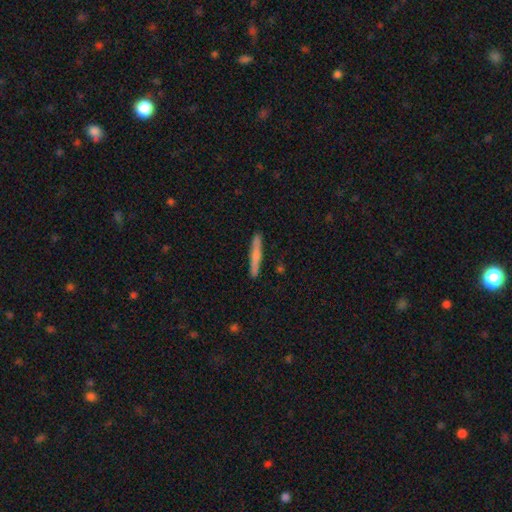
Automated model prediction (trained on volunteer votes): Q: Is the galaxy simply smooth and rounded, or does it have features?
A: smooth — 64%.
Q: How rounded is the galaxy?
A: cigar-shaped — 95%.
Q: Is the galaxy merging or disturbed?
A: none — 90%.